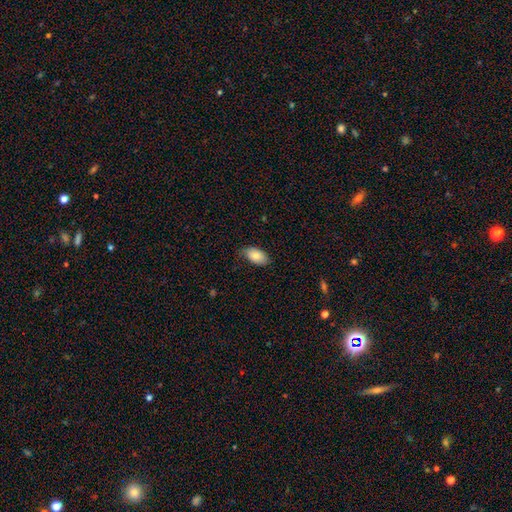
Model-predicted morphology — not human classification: smooth-or-featured: smooth: 82% | featured or disk: 11% | star or artifact: 7%
  how-rounded: in between: 94% | round: 4% | cigar-shaped: 2%
  merging: none: 76% | minor disturbance: 19% | major disturbance: 3% | merger: 1%